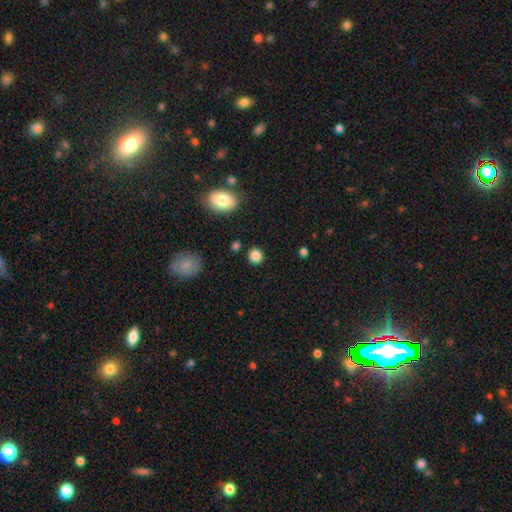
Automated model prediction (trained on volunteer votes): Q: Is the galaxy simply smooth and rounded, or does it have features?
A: smooth — 85%.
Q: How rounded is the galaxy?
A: round — 89%.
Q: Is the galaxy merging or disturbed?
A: none — 88%.